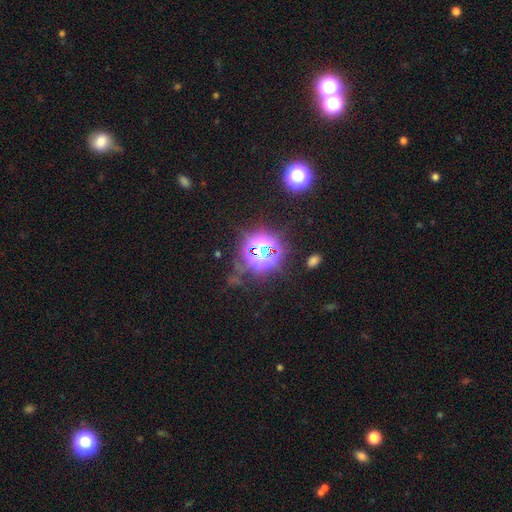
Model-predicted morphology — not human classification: type=star or artifact (79%).